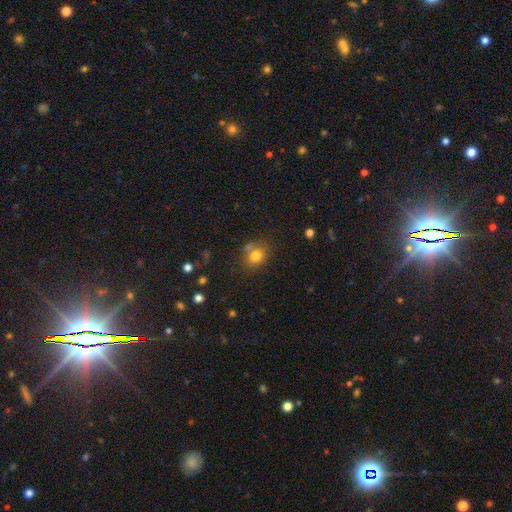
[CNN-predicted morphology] A smooth galaxy with no disk features (78%) that is round (61%). Merging: none (64%).